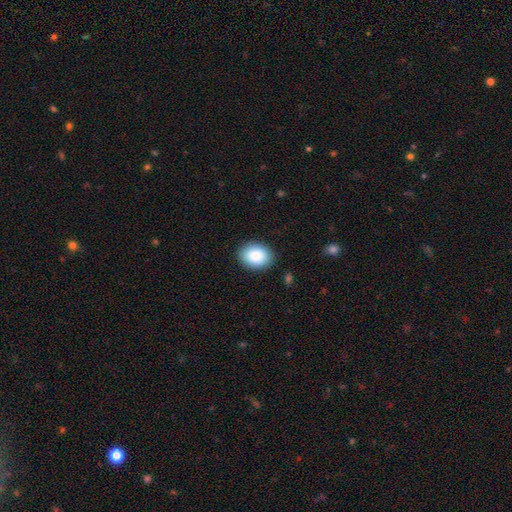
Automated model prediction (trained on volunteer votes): Overall: smooth (87%). How rounded: in between (64%; round 35%). Merging: none (88%).